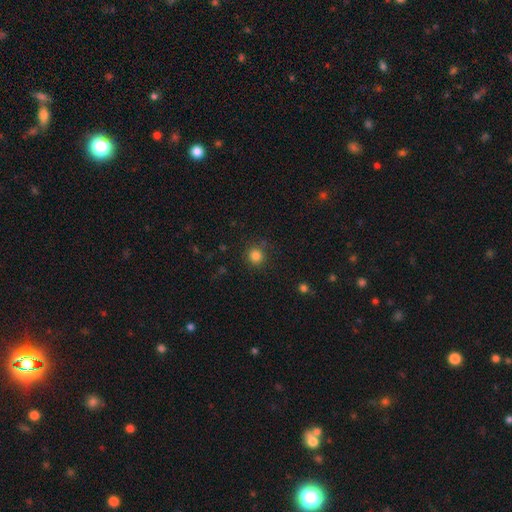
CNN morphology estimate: This is clearly a smooth galaxy (83%). How rounded: clearly round (92%). Merging: clearly none (86%).